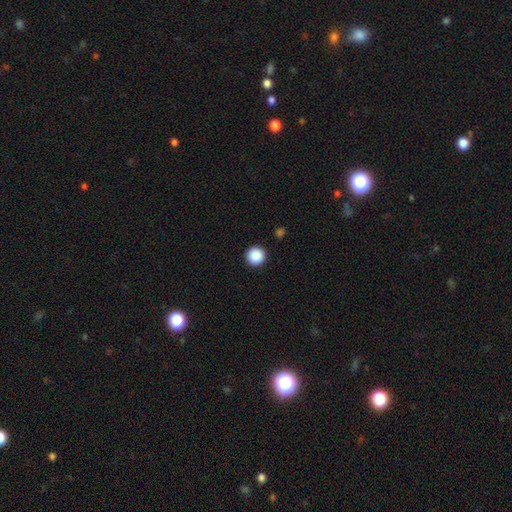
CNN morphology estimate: type=smooth (89%); roundness=round (97%); merging=none (93%).